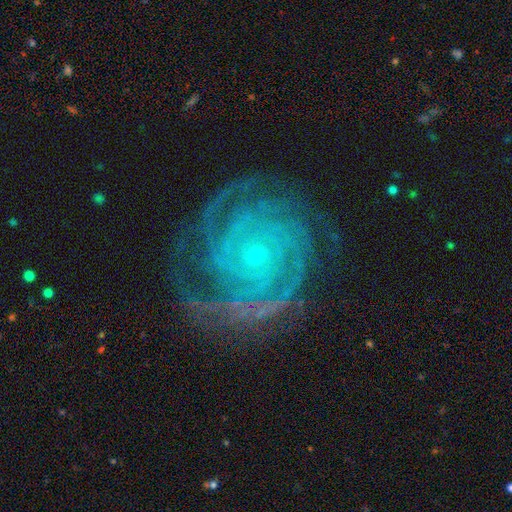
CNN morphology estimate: Overall: featured or disk (90%). Edge-on disk: no (98%). Bar: no (78%). Spiral arms: yes (98%). Spiral arm count: 2 (29%; 3 23%). Spiral winding: tight (79%). Bulge size: small (86%). Merging: none (76%).